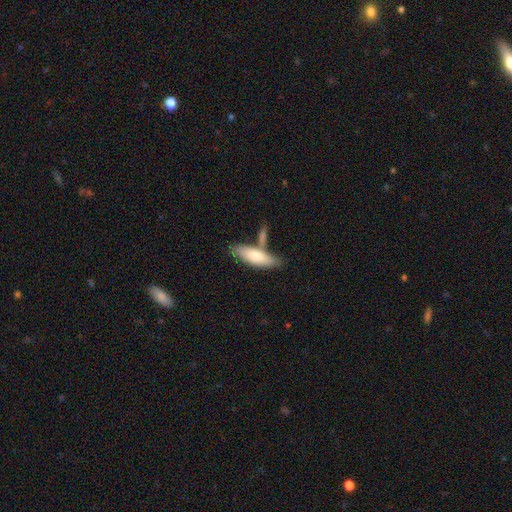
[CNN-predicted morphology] Smooth or featured?
  - smooth: 74% *
  - featured or disk: 21%
  - star or artifact: 5%
How rounded?
  - in between: 55% *
  - cigar-shaped: 43%
  - round: 2%
Merging?
  - none: 55% *
  - merger: 24%
  - minor disturbance: 16%
  - major disturbance: 5%